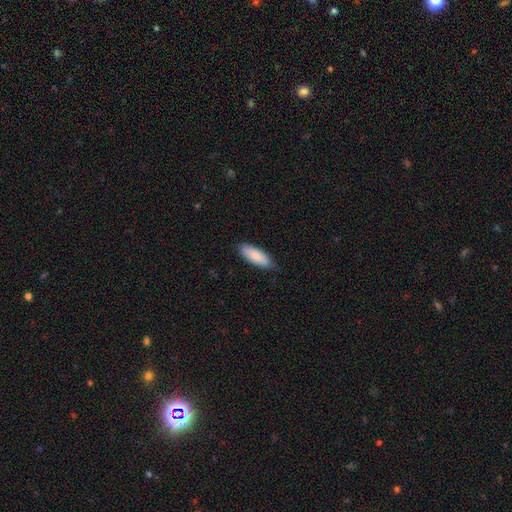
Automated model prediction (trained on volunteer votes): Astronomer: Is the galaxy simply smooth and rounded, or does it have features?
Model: smooth — 87%.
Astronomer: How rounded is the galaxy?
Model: in between — 66%.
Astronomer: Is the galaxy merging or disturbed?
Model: none — 80%.